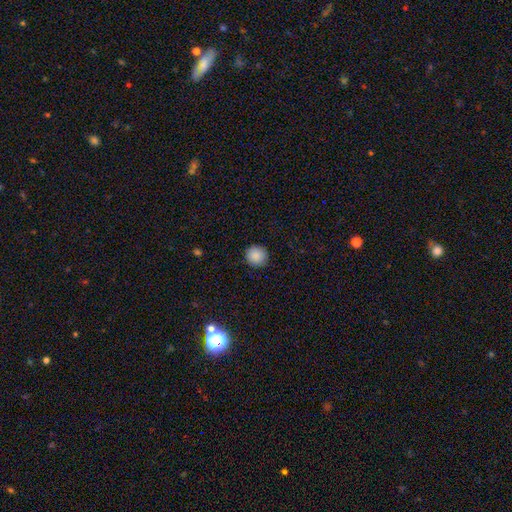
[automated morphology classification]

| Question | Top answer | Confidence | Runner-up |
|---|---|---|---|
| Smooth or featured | smooth | 88% | star or artifact (9%) |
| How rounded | round | 94% | in between (5%) |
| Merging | none | 90% | minor disturbance (7%) |